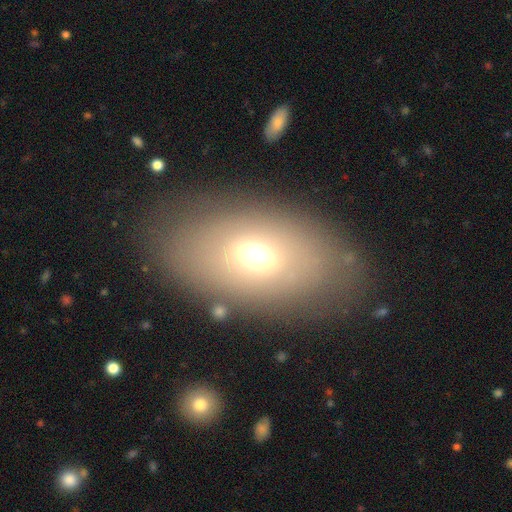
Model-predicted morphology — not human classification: This is likely a smooth galaxy (63%). How rounded: clearly in between (89%). Merging: clearly none (81%).